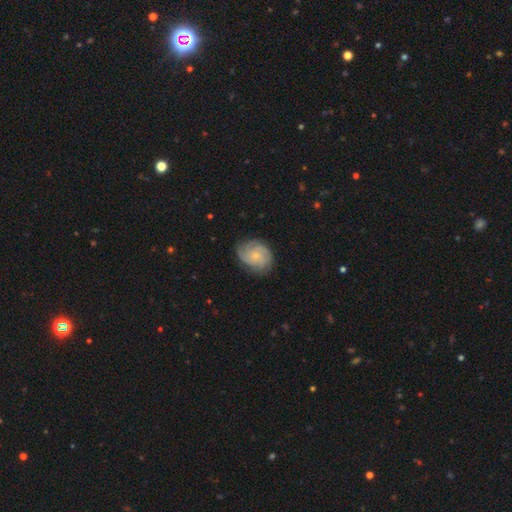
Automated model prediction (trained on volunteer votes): This appears to be a featured or disk galaxy (70%) with no bar (78%), 3 (30%) tight (61%) spiral arms (94%) and a small central bulge (72%). Merging: none (76%).